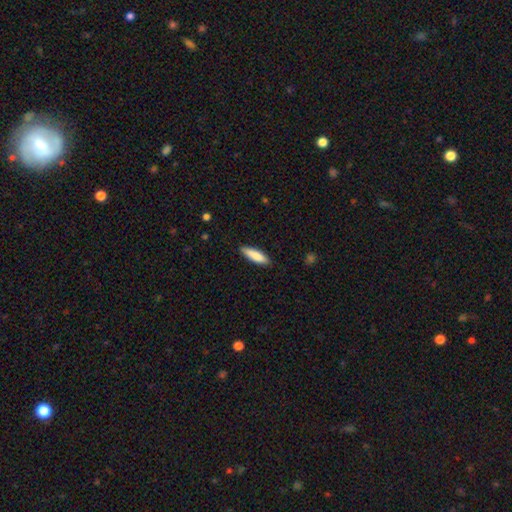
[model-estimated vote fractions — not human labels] Smooth or featured?
  - smooth: 86% *
  - featured or disk: 9%
  - star or artifact: 5%
How rounded?
  - cigar-shaped: 59% *
  - in between: 40%
  - round: 1%
Merging?
  - none: 87% *
  - minor disturbance: 10%
  - major disturbance: 2%
  - merger: 1%